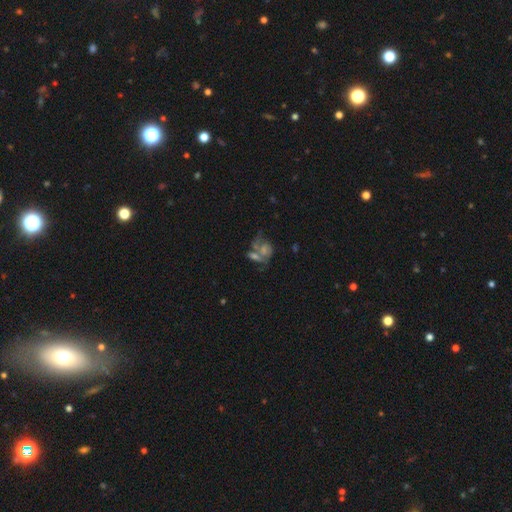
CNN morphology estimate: Q: Smooth or featured?
A: featured or disk (57%); runner-up: smooth (26%)
Q: Edge-on disk?
A: no (96%); runner-up: yes (4%)
Q: Bar?
A: no (71%); runner-up: weak (23%)
Q: Spiral arms?
A: yes (65%); runner-up: no (35%)
Q: Bulge size?
A: small (39%); runner-up: moderate (33%)
Q: Merging?
A: merger (45%); runner-up: none (29%)